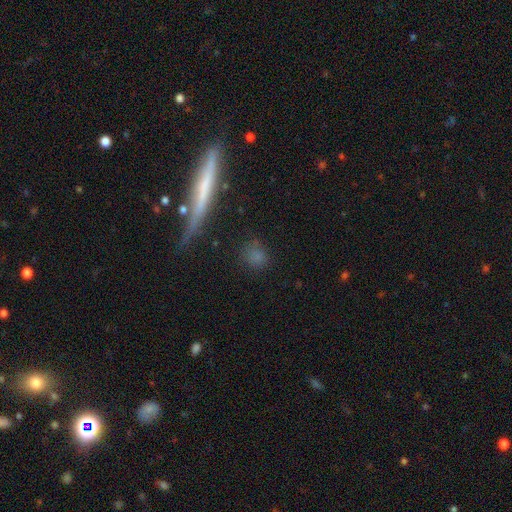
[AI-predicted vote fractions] Smooth or featured: smooth — 69% (star or artifact — 18%)
How rounded: round — 67% (in between — 24%)
Merging: none — 78% (minor disturbance — 14%)